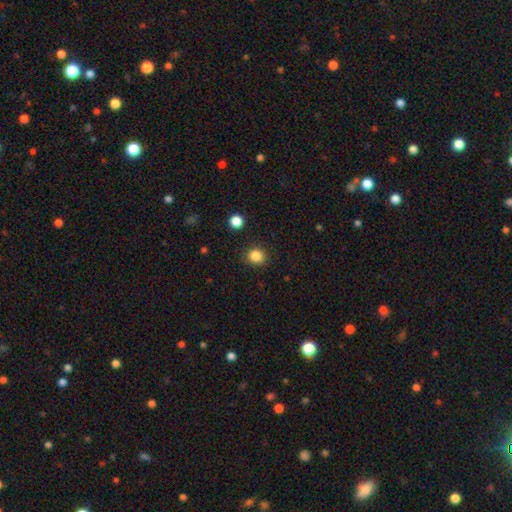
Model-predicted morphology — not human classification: Q: Smooth or featured?
A: smooth (84%); runner-up: star or artifact (12%)
Q: How rounded?
A: round (81%); runner-up: in between (18%)
Q: Merging?
A: none (89%); runner-up: minor disturbance (7%)